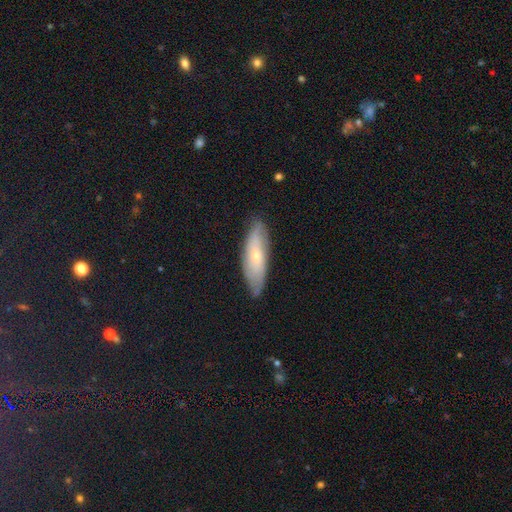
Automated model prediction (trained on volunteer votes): A featured or disk galaxy (49%). Merging: none (77%).